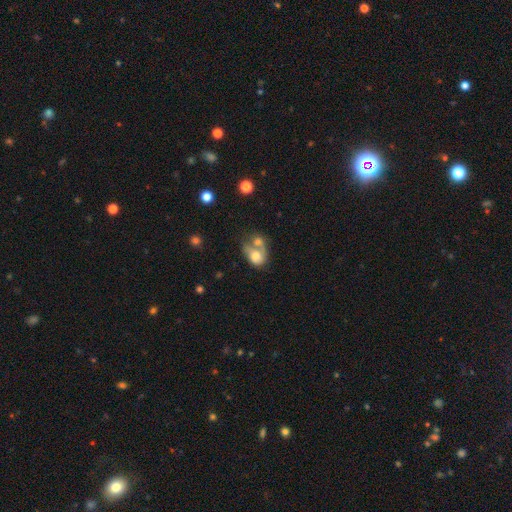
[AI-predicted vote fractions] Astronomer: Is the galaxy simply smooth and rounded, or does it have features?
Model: smooth — 65%.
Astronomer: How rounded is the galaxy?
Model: in between — 61% (runner-up: round, 38%).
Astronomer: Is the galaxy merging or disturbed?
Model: merger — 68%.